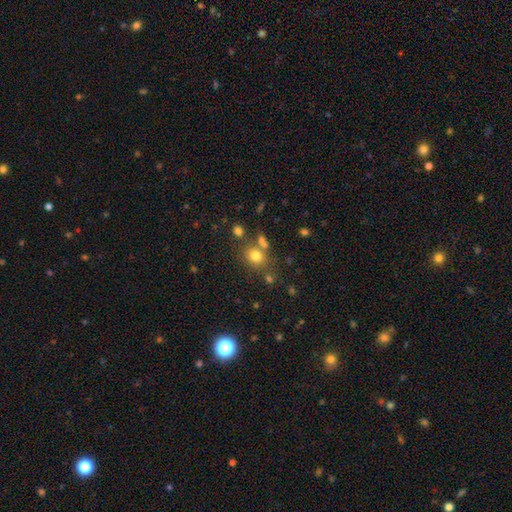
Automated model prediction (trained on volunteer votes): smooth_or_featured: smooth (p=0.76) [alt: star or artifact p=0.15]
how_rounded: round (p=0.67) [alt: in between p=0.32]
merging: none (p=0.65) [alt: merger p=0.18]